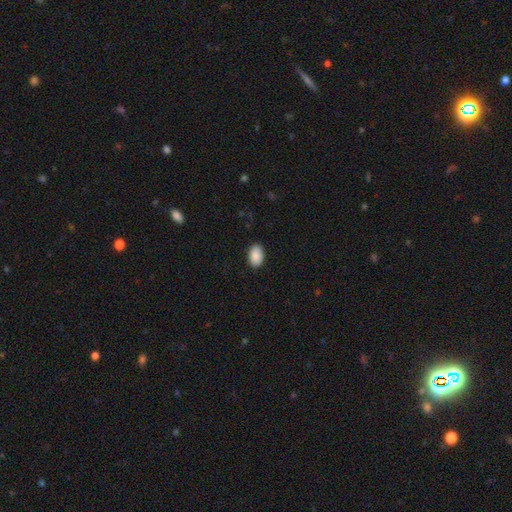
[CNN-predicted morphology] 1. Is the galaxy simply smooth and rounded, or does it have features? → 90% smooth, 7% star or artifact, 3% featured or disk.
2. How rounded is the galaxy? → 92% in between, 7% round, 1% cigar-shaped.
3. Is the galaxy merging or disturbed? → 89% none, 8% minor disturbance, 2% major disturbance, 1% merger.